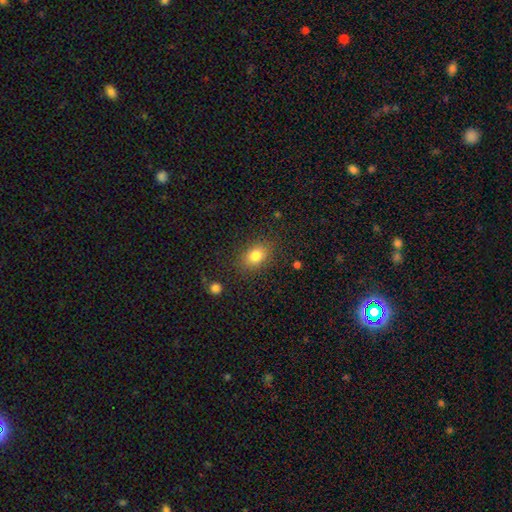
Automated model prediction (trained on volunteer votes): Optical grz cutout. It shows a smooth galaxy with no disk features (82%) that is in between round and cigar-shaped (70%). Merging: none (84%).